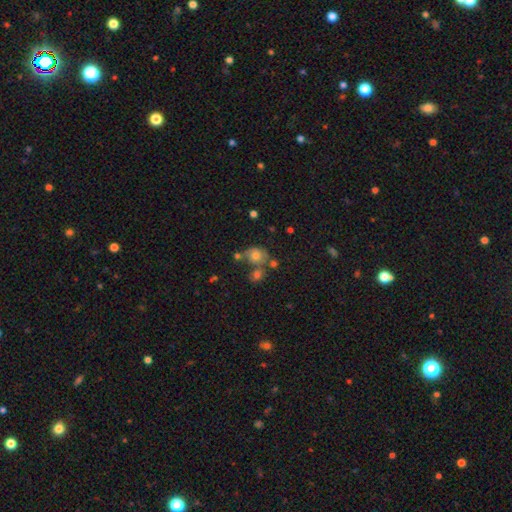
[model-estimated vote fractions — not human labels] The model was most divided on "merging": none: 48%, merger: 24%, minor disturbance: 19%, major disturbance: 9%. More confident: smooth or featured — smooth (66%); how rounded — round (65%).